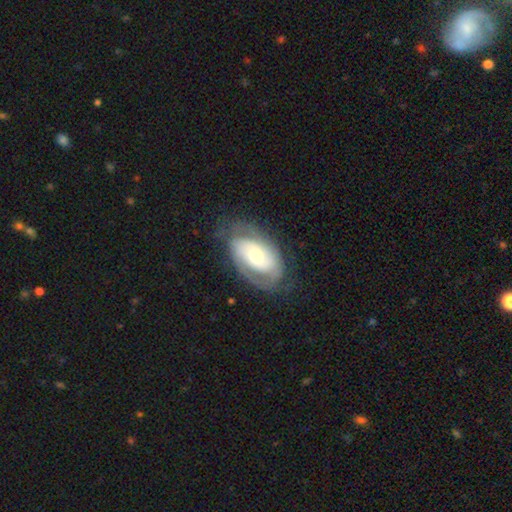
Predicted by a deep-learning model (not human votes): featured or disk 73%, smooth 22%, star or artifact 5%. Down the decision tree: edge-on disk — no (95%); bar — no (61%); spiral arms — yes (85%); spiral arm count — 2 (64%); spiral winding — tight (50%); bulge size — moderate (57%); merging — none (67%).